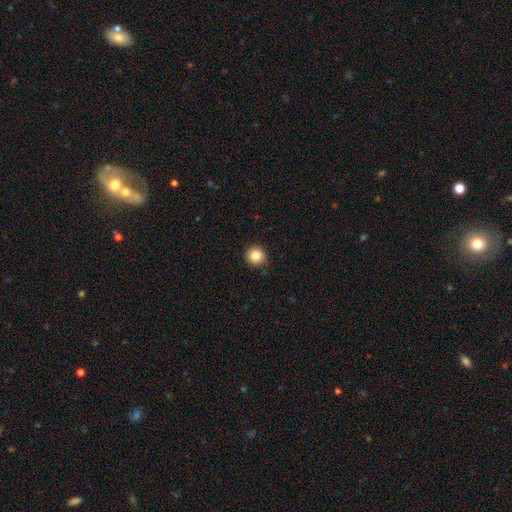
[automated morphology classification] Smooth or featured? Predicted: smooth (p=0.84). How rounded? Predicted: round (p=0.93). Merging? Predicted: none (p=0.88).